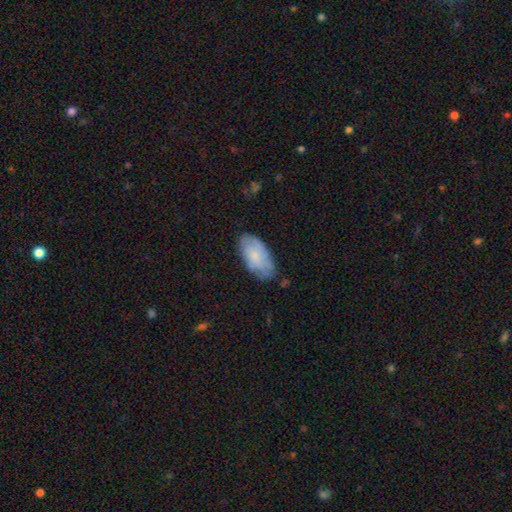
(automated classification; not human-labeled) Smooth or featured: smooth — 71% (featured or disk — 23%)
How rounded: in between — 94% (cigar-shaped — 3%)
Merging: none — 70% (minor disturbance — 24%)